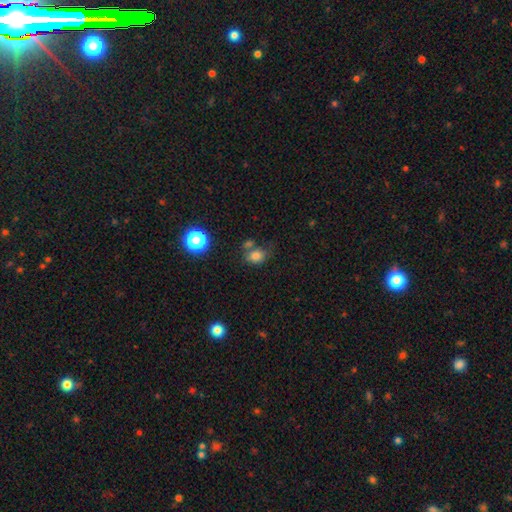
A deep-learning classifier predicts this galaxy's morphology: type=smooth (76%); roundness=in between (51%); merging=none (53%).